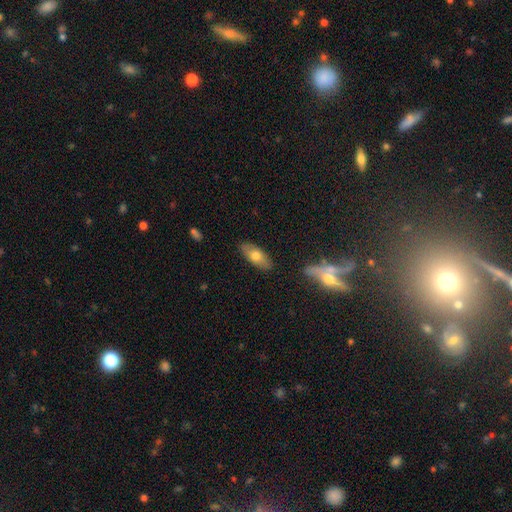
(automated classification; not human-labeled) Smooth or featured: smooth — 67% (featured or disk — 26%)
How rounded: in between — 81% (cigar-shaped — 16%)
Merging: none — 86% (minor disturbance — 11%)